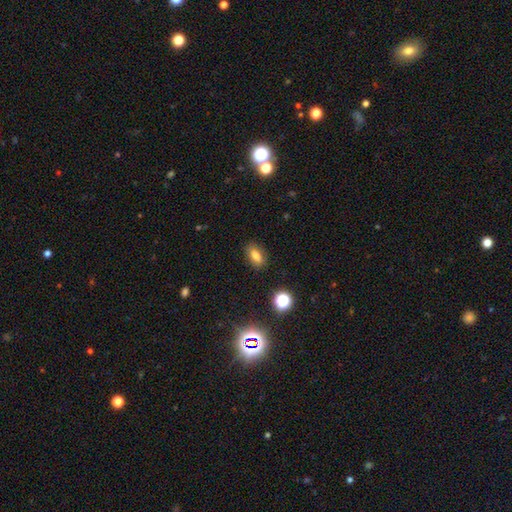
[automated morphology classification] Smooth or featured? smooth (75%)
How rounded? in between (82%)
Merging? none (86%)